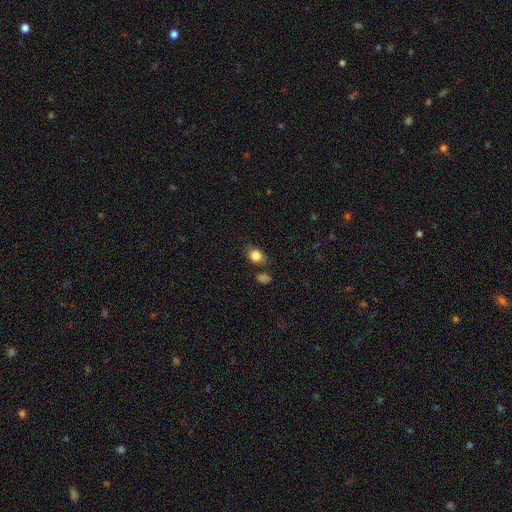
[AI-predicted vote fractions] Smooth or featured? Predicted: smooth (p=0.83). How rounded? Predicted: in between (p=0.53). Merging? Predicted: none (p=0.68).